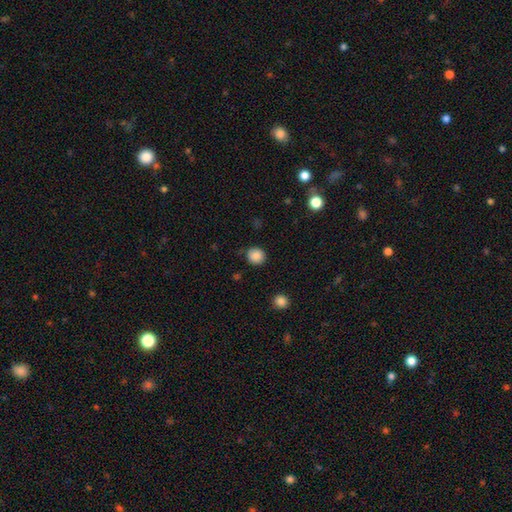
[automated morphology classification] Overall: smooth (87%). How rounded: round (90%). Merging: none (86%).